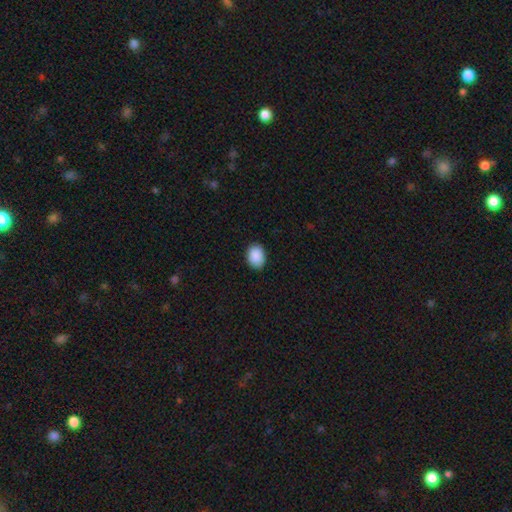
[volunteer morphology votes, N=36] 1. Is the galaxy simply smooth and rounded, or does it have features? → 92% smooth, 6% featured or disk, 3% star or artifact.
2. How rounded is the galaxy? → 76% in between, 24% round, 0% cigar-shaped.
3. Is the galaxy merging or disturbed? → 91% none, 3% minor disturbance, 3% major disturbance, 3% merger.